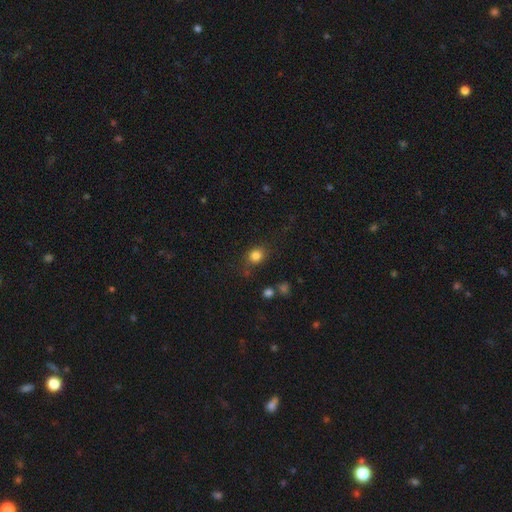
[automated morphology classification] Smooth or featured: smooth — 82% (star or artifact — 12%)
How rounded: round — 70% (in between — 29%)
Merging: none — 76% (minor disturbance — 15%)